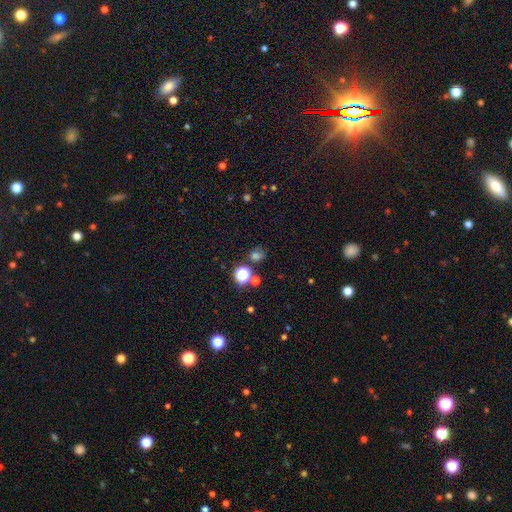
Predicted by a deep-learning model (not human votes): Smooth or featured? smooth (66%)
How rounded? round (71%)
Merging? none (71%)